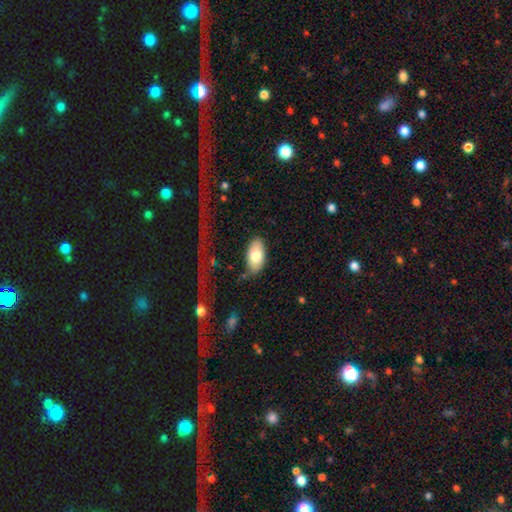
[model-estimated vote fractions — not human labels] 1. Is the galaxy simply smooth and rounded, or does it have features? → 77% smooth, 17% featured or disk, 6% star or artifact.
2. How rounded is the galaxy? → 94% in between, 3% round, 2% cigar-shaped.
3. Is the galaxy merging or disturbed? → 78% none, 14% minor disturbance, 4% major disturbance, 3% merger.